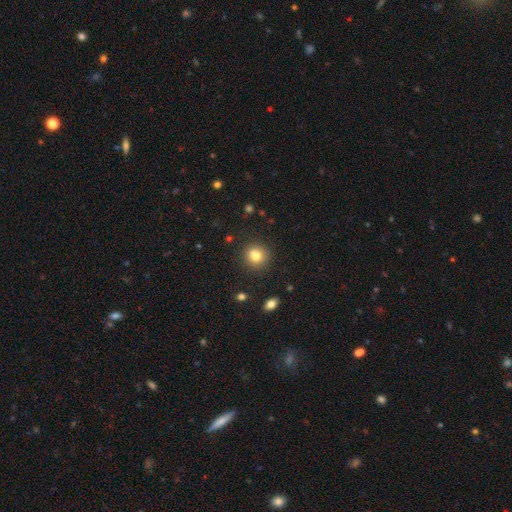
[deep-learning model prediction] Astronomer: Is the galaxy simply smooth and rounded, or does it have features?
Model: smooth — 79%.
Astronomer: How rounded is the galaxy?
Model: round — 82%.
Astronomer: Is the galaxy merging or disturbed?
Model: none — 81%.